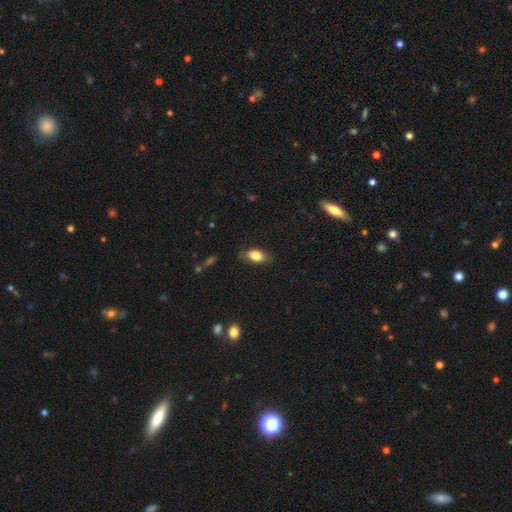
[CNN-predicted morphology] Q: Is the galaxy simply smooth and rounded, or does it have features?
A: smooth — 81%.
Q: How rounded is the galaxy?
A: in between — 85%.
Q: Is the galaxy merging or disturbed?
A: none — 79%.